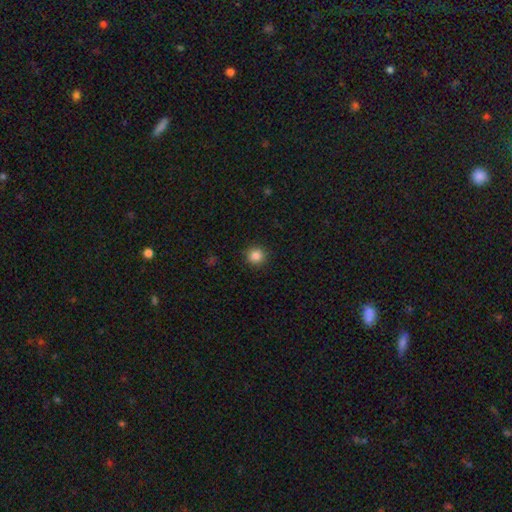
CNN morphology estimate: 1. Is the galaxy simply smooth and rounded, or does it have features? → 86% smooth, 11% star or artifact, 3% featured or disk.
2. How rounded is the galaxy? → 94% round, 5% in between, 1% cigar-shaped.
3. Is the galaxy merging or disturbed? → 92% none, 5% minor disturbance, 2% major disturbance, 1% merger.